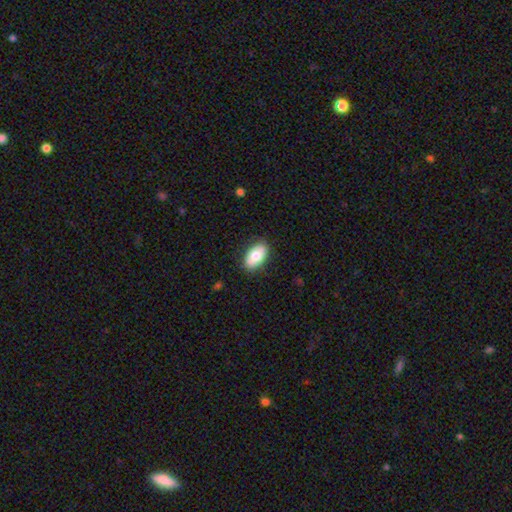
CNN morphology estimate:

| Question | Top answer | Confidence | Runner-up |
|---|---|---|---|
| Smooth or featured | smooth | 78% | featured or disk (15%) |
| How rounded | in between | 93% | round (5%) |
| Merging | none | 84% | minor disturbance (12%) |